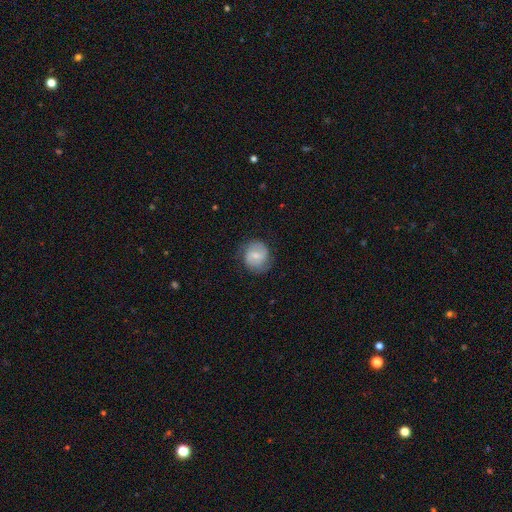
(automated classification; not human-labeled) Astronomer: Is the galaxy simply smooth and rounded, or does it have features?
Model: featured or disk — 50% (runner-up: smooth, 43%).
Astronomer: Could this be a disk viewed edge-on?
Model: no — 97%.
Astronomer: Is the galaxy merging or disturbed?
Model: none — 75%.